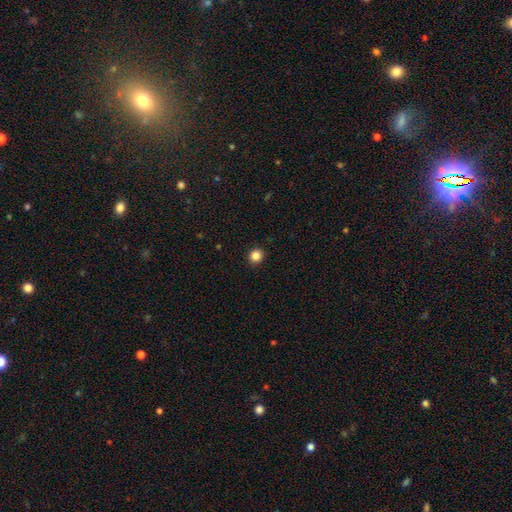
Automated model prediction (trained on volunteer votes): Smooth or featured: smooth — 85% (star or artifact — 11%)
How rounded: round — 88% (in between — 11%)
Merging: none — 92% (minor disturbance — 5%)